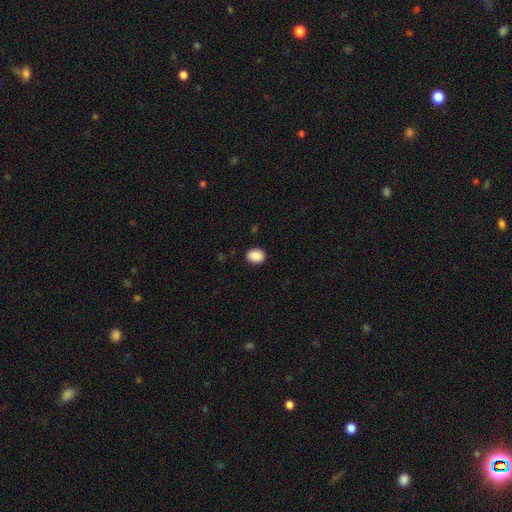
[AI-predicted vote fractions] Smooth or featured? smooth (89%)
How rounded? in between (55%)
Merging? none (89%)